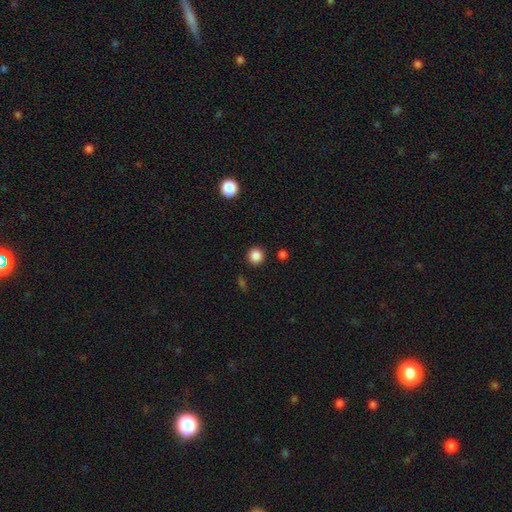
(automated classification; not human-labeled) Morphology: type=smooth (86%); roundness=round (93%); merging=none (91%).